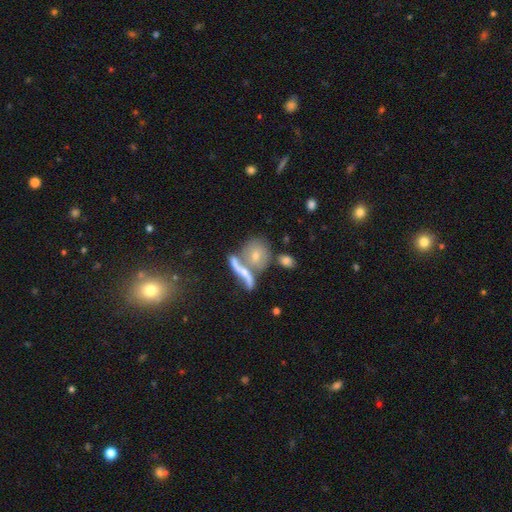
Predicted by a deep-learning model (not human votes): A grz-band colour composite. It shows a smooth galaxy with no disk features (52%) that is round (54%). Merging: merger (48%).